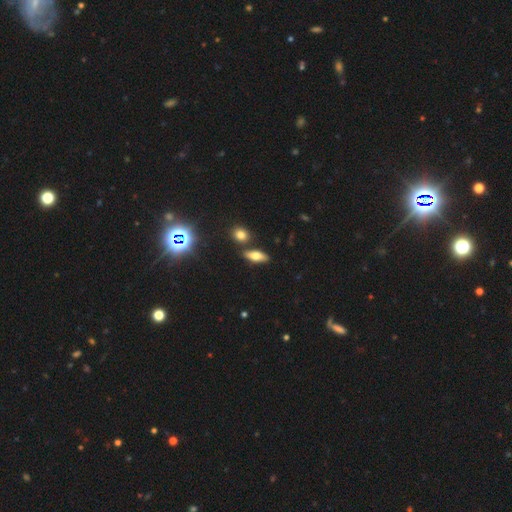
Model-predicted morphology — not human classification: smooth-or-featured: smooth: 60% | featured or disk: 25% | star or artifact: 14%
  how-rounded: in between: 71% | cigar-shaped: 24% | round: 5%
  merging: none: 78% | minor disturbance: 11% | merger: 9% | major disturbance: 3%